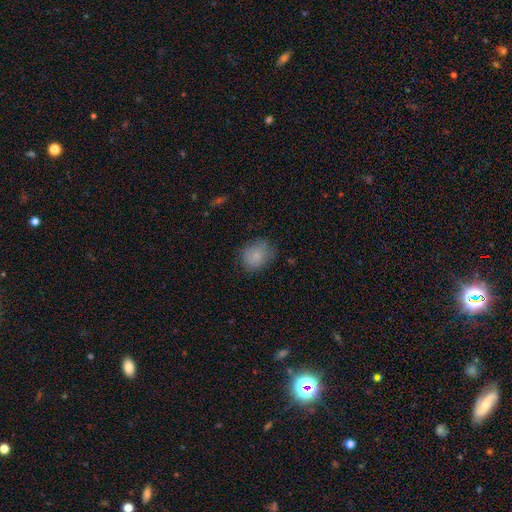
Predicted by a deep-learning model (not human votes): The model was most divided on "how rounded": round: 58%, in between: 41%, cigar-shaped: 1%. More confident: smooth or featured — smooth (83%); merging — none (69%).